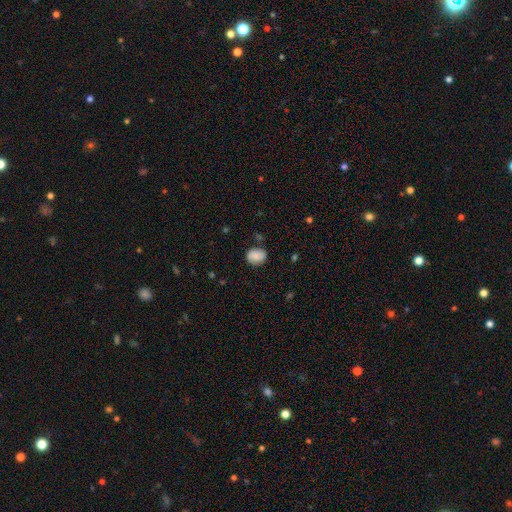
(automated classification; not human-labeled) Smooth or featured?
  - smooth: 77% *
  - featured or disk: 15%
  - star or artifact: 8%
How rounded?
  - in between: 50% *
  - round: 49%
  - cigar-shaped: 1%
Merging?
  - none: 73% *
  - minor disturbance: 20%
  - major disturbance: 4%
  - merger: 3%